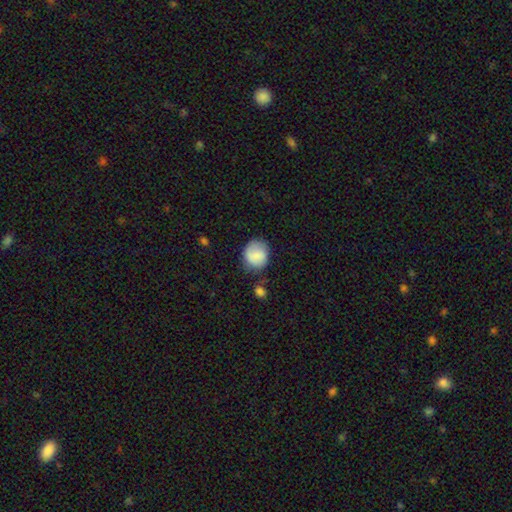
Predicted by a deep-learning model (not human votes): This is clearly a smooth galaxy (81%). How rounded: likely round (72%). Merging: likely none (67%).